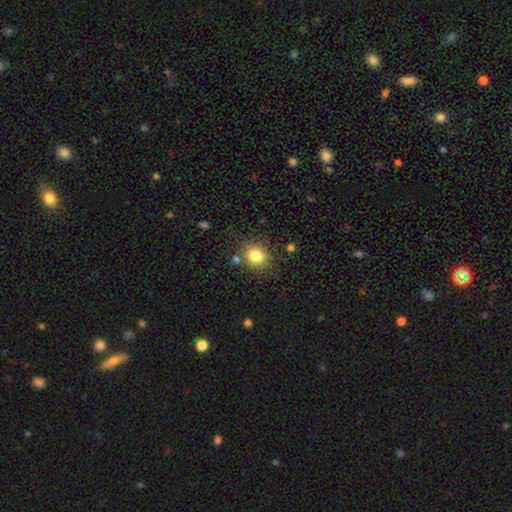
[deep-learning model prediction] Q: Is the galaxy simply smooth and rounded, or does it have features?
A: smooth — 81%.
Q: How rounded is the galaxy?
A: round — 73%.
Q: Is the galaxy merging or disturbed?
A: none — 78%.